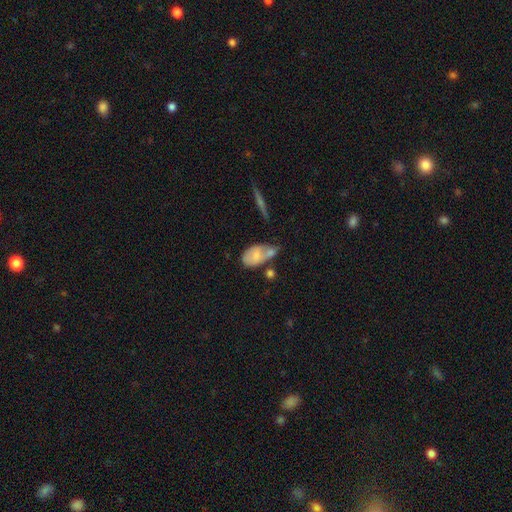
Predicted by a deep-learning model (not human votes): Q: Smooth or featured?
A: smooth (67%); runner-up: featured or disk (25%)
Q: How rounded?
A: in between (89%); runner-up: round (9%)
Q: Merging?
A: merger (36%); runner-up: none (27%)